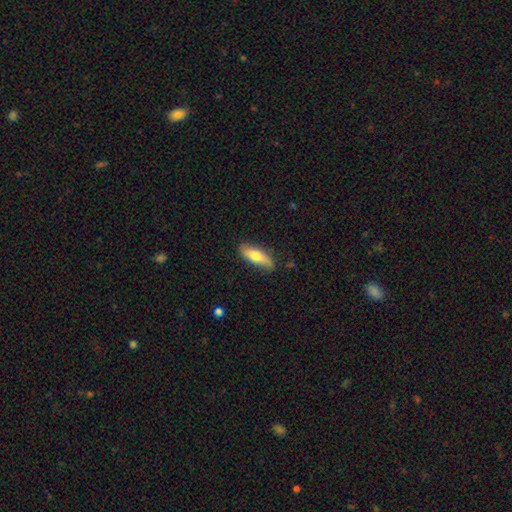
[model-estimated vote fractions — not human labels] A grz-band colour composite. It shows a smooth galaxy with no disk features (68%) that is in between round and cigar-shaped (53%). Merging: none (82%).